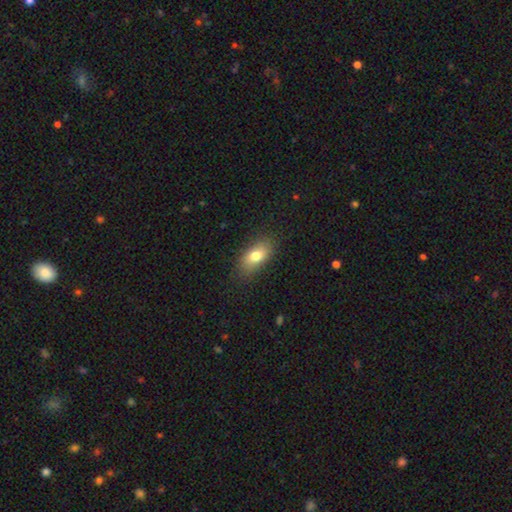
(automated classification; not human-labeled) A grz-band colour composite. It shows a smooth galaxy with no disk features (76%) that is in between round and cigar-shaped (84%). Merging: none (81%).